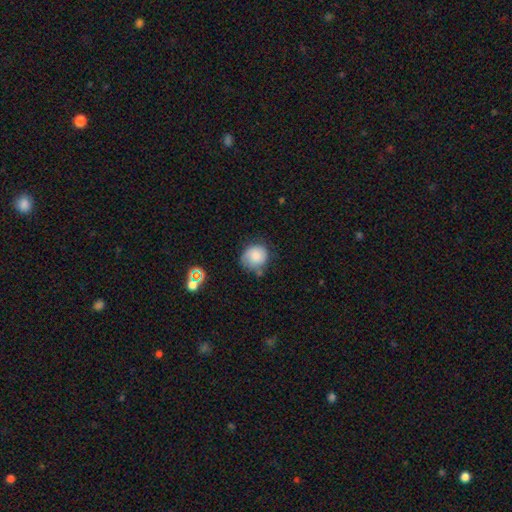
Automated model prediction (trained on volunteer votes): smooth-or-featured: smooth: 78% | featured or disk: 13% | star or artifact: 9%
  how-rounded: round: 80% | in between: 19% | cigar-shaped: 1%
  merging: none: 56% | minor disturbance: 29% | major disturbance: 9% | merger: 6%